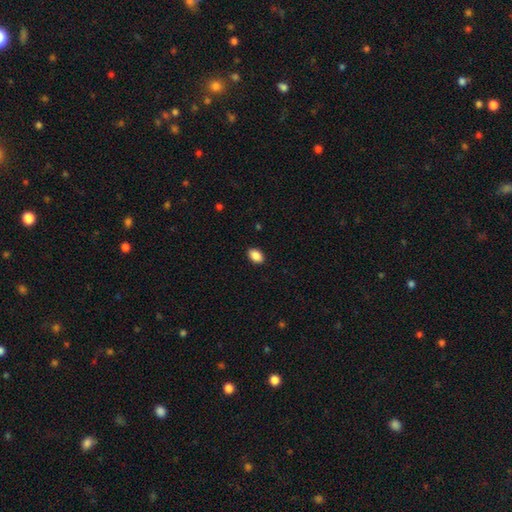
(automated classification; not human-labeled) Smooth or featured? Predicted: smooth (p=0.89). How rounded? Predicted: in between (p=0.86). Merging? Predicted: none (p=0.90).